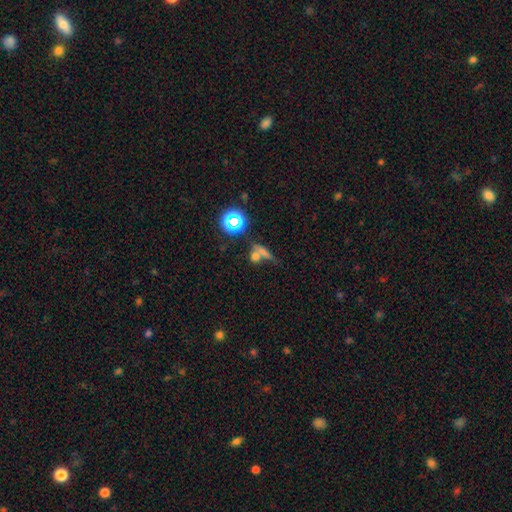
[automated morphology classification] type=smooth (62%); roundness=round (39%); merging=none (42%).